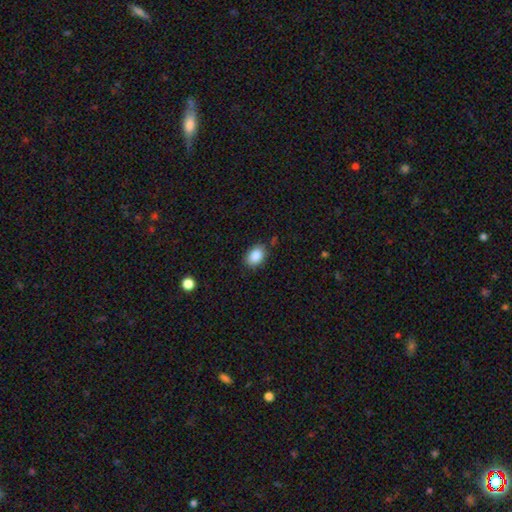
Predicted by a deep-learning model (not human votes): Overall: smooth (87%). How rounded: in between (82%). Merging: none (81%).